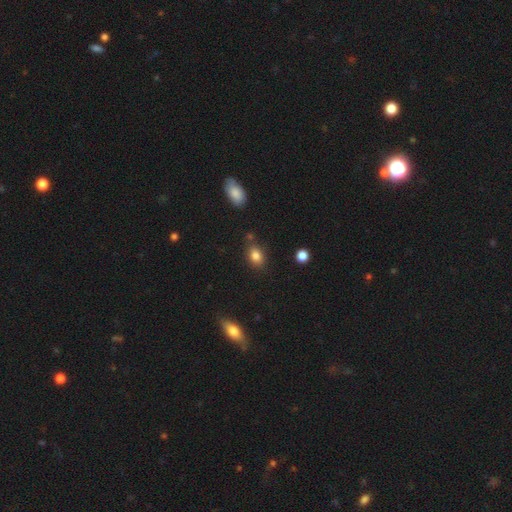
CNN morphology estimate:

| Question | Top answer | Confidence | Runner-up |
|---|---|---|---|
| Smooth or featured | smooth | 83% | star or artifact (10%) |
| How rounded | in between | 71% | round (27%) |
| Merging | none | 79% | minor disturbance (13%) |